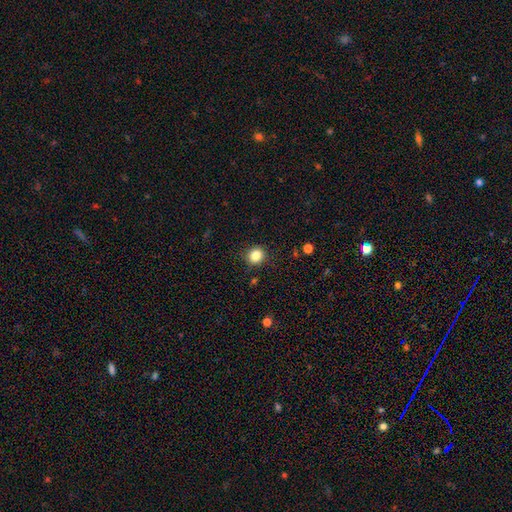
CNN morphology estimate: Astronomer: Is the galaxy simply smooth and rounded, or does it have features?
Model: smooth — 84%.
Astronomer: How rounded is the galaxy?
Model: round — 82%.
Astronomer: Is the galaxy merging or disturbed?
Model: none — 90%.